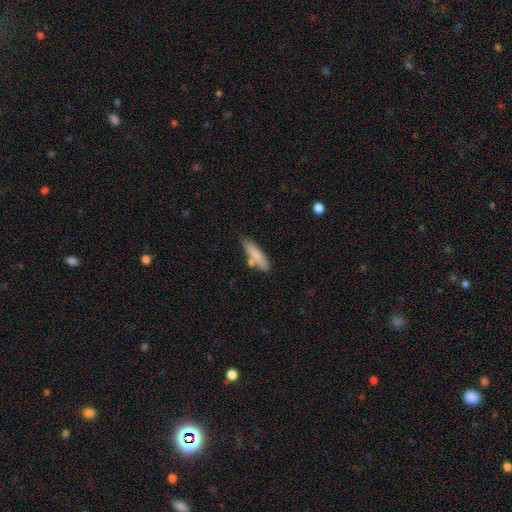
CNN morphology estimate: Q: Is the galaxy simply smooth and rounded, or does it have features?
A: smooth — 80%.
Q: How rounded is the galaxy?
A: cigar-shaped — 68%.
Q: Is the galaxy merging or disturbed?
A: none — 70%.